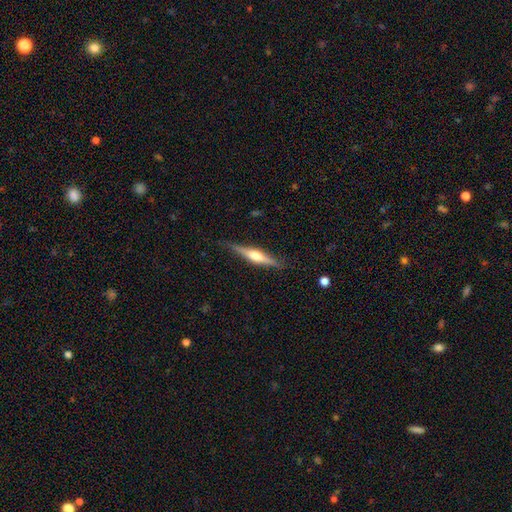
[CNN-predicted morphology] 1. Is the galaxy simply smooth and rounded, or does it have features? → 67% featured or disk, 27% smooth, 6% star or artifact.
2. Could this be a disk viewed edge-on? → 97% yes, 3% no.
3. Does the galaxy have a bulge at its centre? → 87% rounded, 9% boxy, 5% none.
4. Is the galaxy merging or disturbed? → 86% none, 11% minor disturbance, 2% major disturbance, 1% merger.